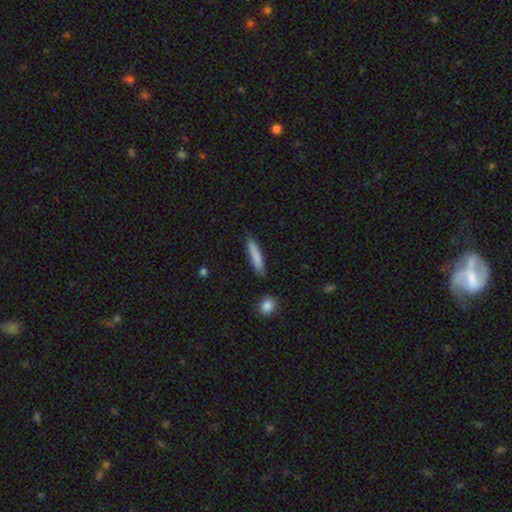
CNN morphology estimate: Smooth or featured? smooth (81%)
How rounded? cigar-shaped (90%)
Merging? none (83%)